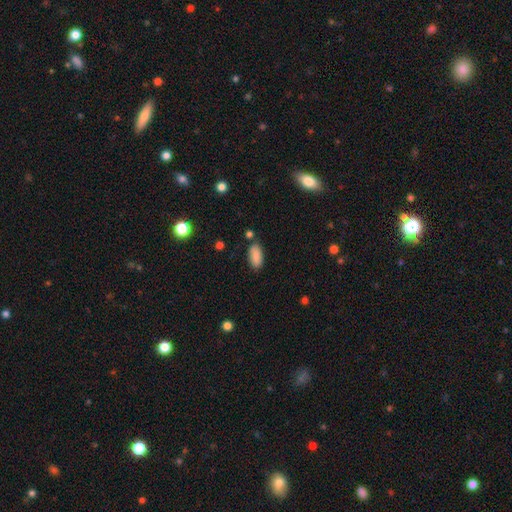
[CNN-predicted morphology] type=smooth (87%); roundness=in between (91%); merging=none (79%).